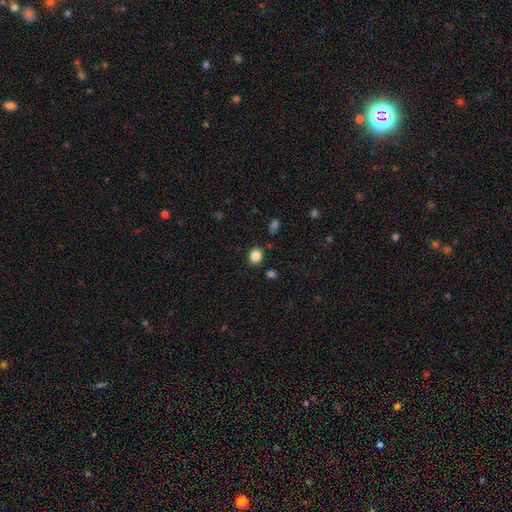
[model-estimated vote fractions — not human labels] A smooth galaxy with no disk features (85%) that is round (65%). Merging: none (85%).